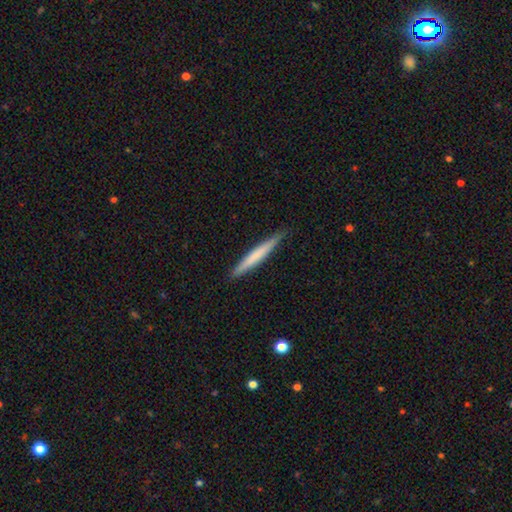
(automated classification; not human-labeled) smooth 61%, featured or disk 34%, star or artifact 5%. Down the decision tree: how rounded — cigar-shaped (96%); merging — none (90%).